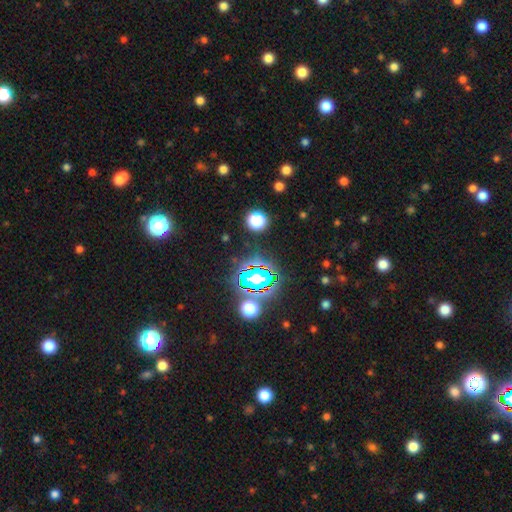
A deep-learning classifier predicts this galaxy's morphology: Smooth or featured? star or artifact (78%)